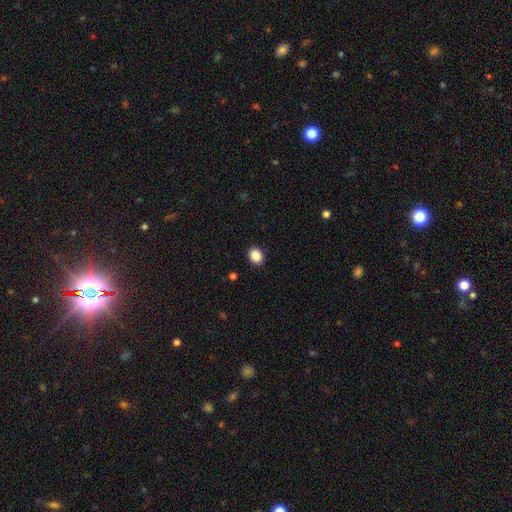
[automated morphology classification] A smooth galaxy with no disk features (88%) that is round (59%). Merging: none (91%).